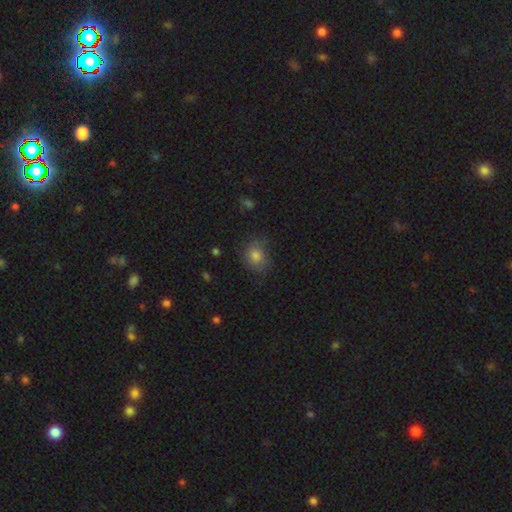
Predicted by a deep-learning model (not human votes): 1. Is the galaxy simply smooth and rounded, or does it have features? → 79% smooth, 11% star or artifact, 10% featured or disk.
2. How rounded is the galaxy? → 61% round, 38% in between, 1% cigar-shaped.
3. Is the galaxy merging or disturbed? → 66% none, 24% minor disturbance, 8% major disturbance, 2% merger.